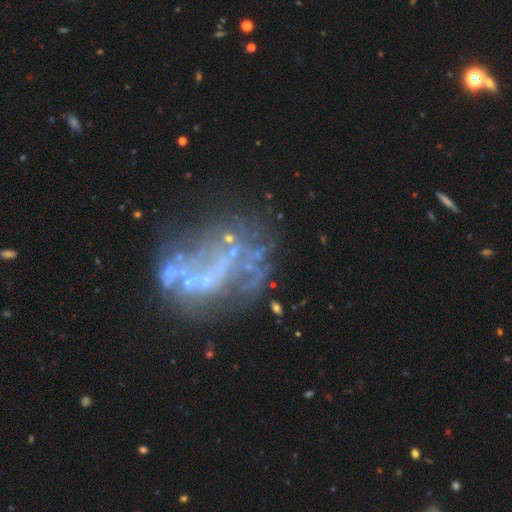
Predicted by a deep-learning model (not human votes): Smooth or featured: featured or disk — 65% (star or artifact — 21%)
Edge-on disk: no — 98% (yes — 2%)
Bar: no — 81% (weak — 13%)
Spiral arms: no — 80% (yes — 20%)
Bulge size: none — 73% (small — 20%)
Merging: none — 37% (major disturbance — 34%)